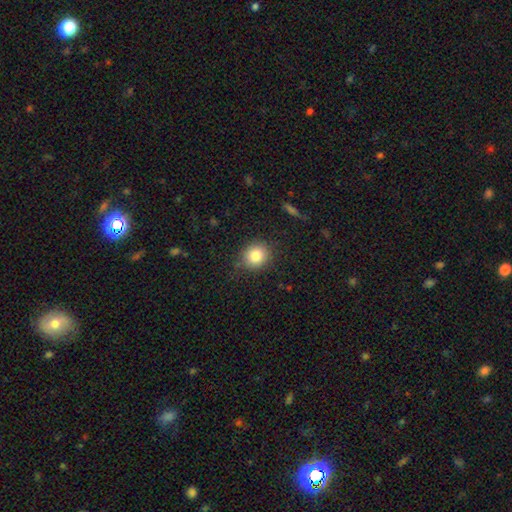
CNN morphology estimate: A smooth galaxy with no disk features (83%) that is round (80%). Merging: none (83%).